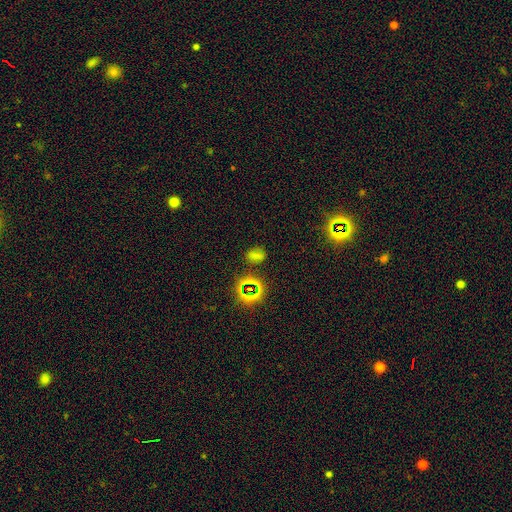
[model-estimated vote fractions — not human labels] Overall: smooth (52%; star or artifact 40%). How rounded: in between (72%). Merging: none (74%).